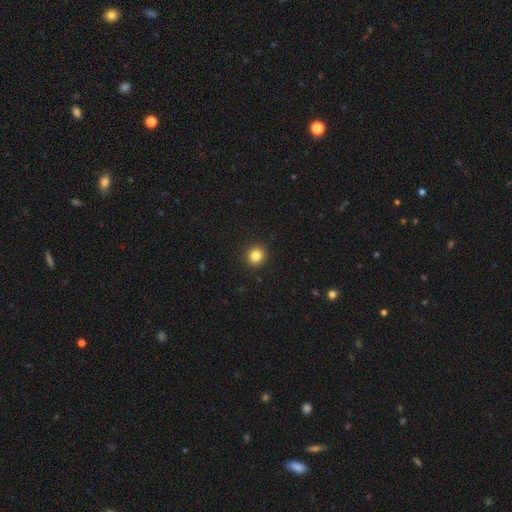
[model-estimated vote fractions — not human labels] smooth 83%, star or artifact 11%, featured or disk 5%. Down the decision tree: how rounded — round (90%); merging — none (92%).